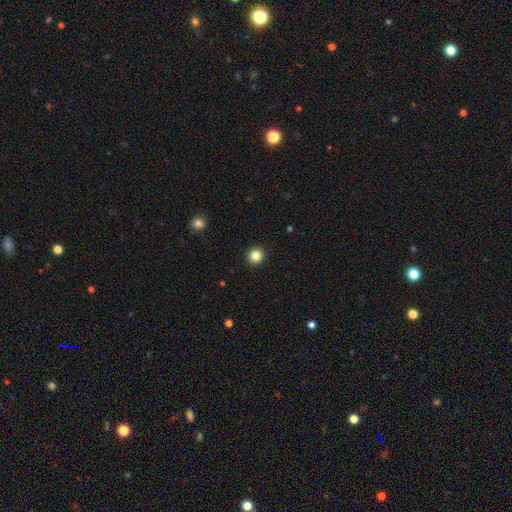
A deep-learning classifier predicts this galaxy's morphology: Smooth or featured? Predicted: smooth (p=0.85). How rounded? Predicted: round (p=0.93). Merging? Predicted: none (p=0.93).